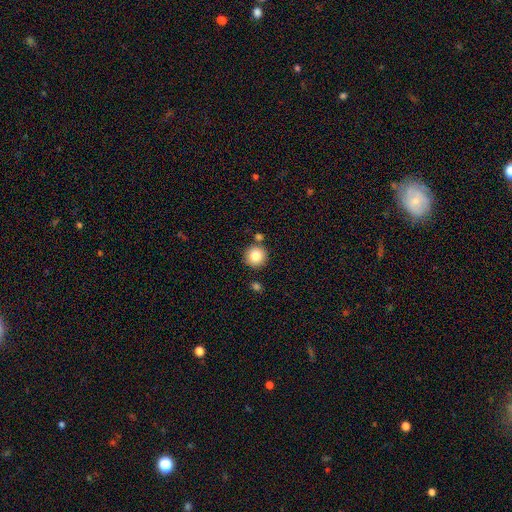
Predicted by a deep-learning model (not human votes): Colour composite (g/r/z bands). It shows a smooth galaxy with no disk features (83%) that is round (95%). Merging: none (82%).